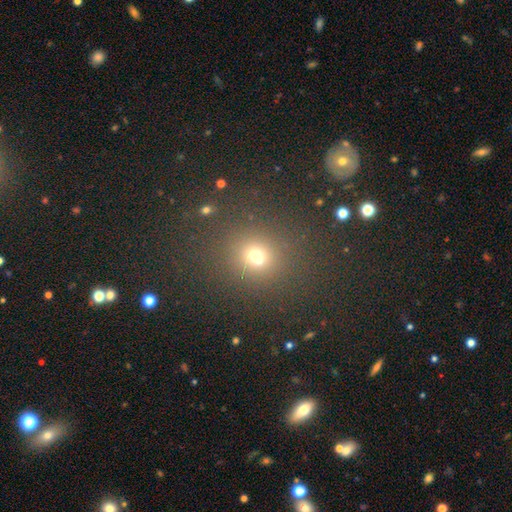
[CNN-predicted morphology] Overall: smooth (69%). How rounded: round (80%). Merging: none (79%).